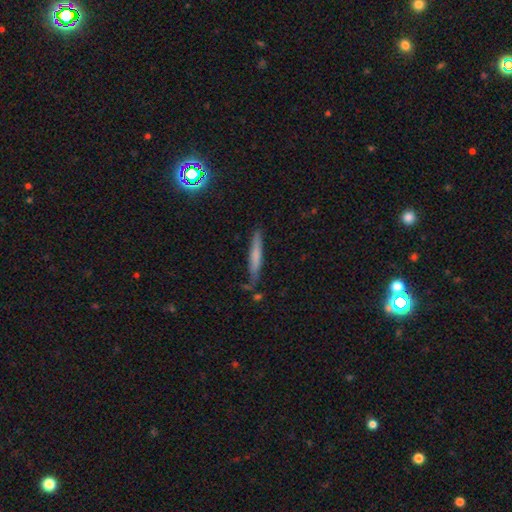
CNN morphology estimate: Smooth or featured? smooth (60%)
How rounded? cigar-shaped (93%)
Merging? none (72%)